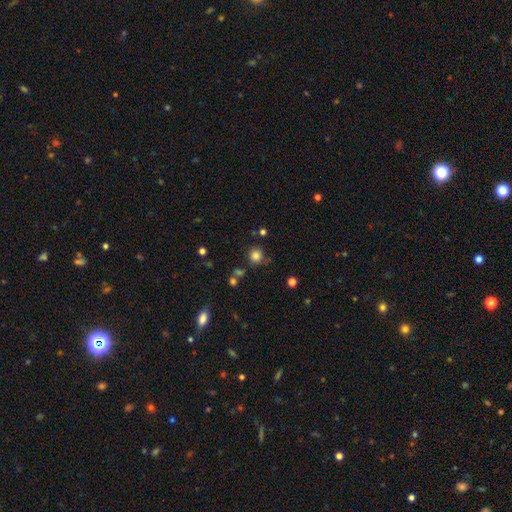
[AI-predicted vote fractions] Smooth or featured? Predicted: smooth (p=0.81). How rounded? Predicted: round (p=0.90). Merging? Predicted: none (p=0.78).